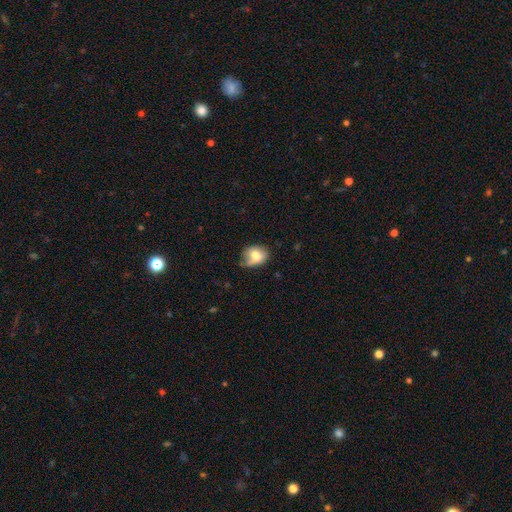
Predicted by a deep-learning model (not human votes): Q: Smooth or featured?
A: smooth (73%); runner-up: featured or disk (18%)
Q: How rounded?
A: in between (55%); runner-up: round (44%)
Q: Merging?
A: none (45%); runner-up: minor disturbance (38%)